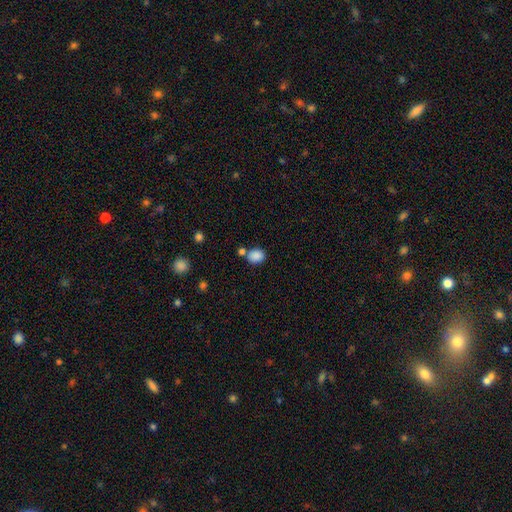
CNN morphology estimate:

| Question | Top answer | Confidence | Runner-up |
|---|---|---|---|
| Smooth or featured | smooth | 86% | star or artifact (10%) |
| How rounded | round | 51% | in between (48%) |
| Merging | none | 63% | merger (20%) |